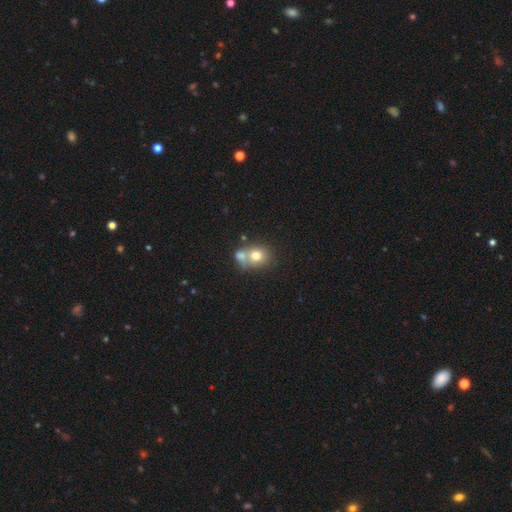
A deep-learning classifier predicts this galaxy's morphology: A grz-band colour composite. It shows a smooth galaxy with no disk features (73%) that is round (71%). Merging: merger (55%).